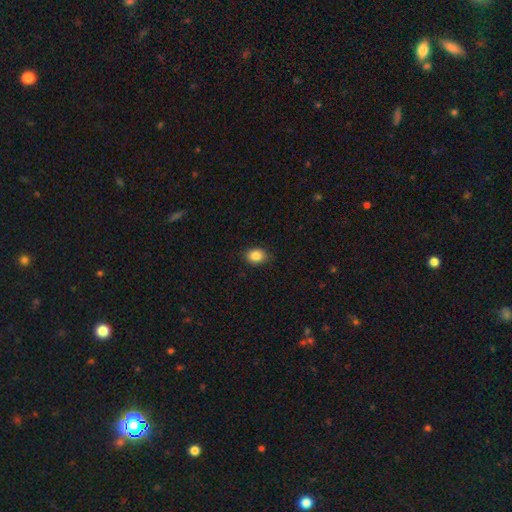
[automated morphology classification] This is clearly a smooth galaxy (85%). How rounded: likely in between (63%). Merging: clearly none (85%).